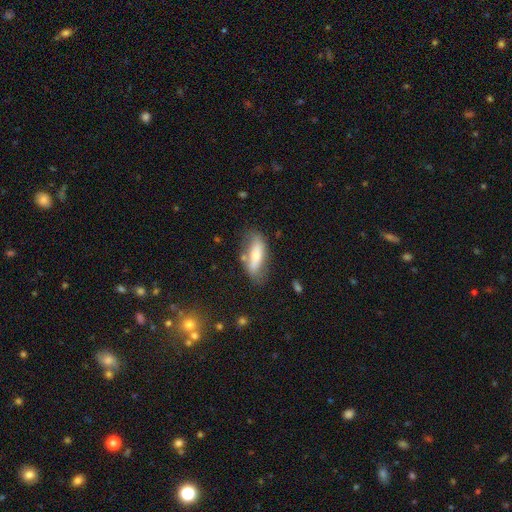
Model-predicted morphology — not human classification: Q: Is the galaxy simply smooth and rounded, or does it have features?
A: smooth — 58%.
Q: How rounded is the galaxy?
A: in between — 65%.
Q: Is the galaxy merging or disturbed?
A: none — 63%.